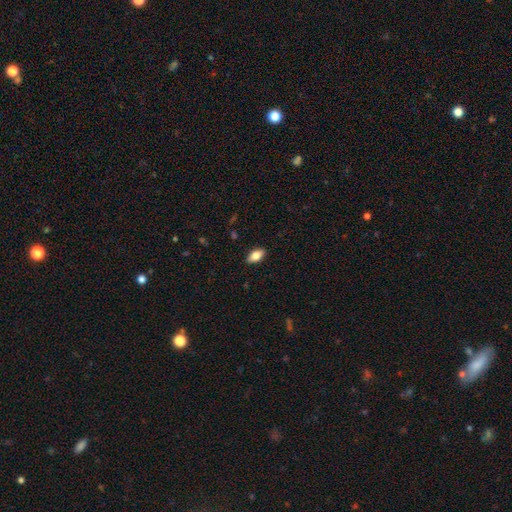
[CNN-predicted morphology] The model was most divided on "smooth or featured": smooth: 79%, featured or disk: 14%, star or artifact: 7%. More confident: how rounded — in between (90%); merging — none (89%).